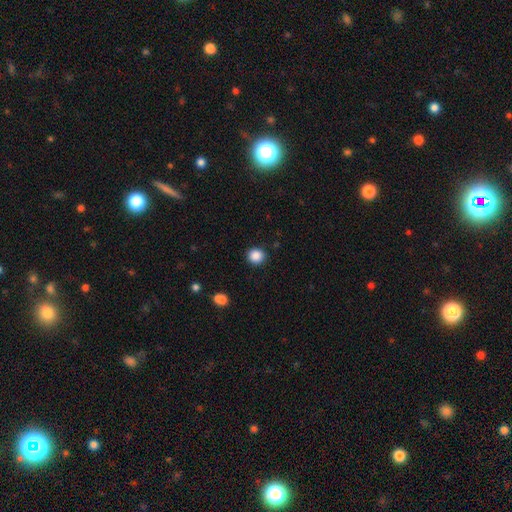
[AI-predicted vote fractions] Smooth or featured? Predicted: smooth (p=0.87). How rounded? Predicted: round (p=0.89). Merging? Predicted: none (p=0.91).